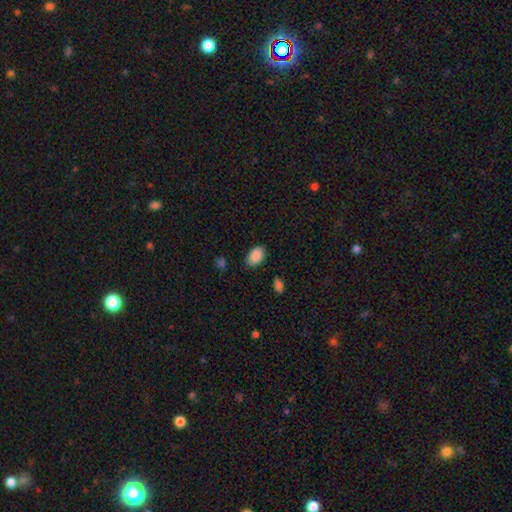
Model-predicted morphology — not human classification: smooth-or-featured: smooth: 89% | star or artifact: 7% | featured or disk: 4%
  how-rounded: in between: 89% | round: 10% | cigar-shaped: 1%
  merging: none: 83% | minor disturbance: 13% | major disturbance: 3% | merger: 2%